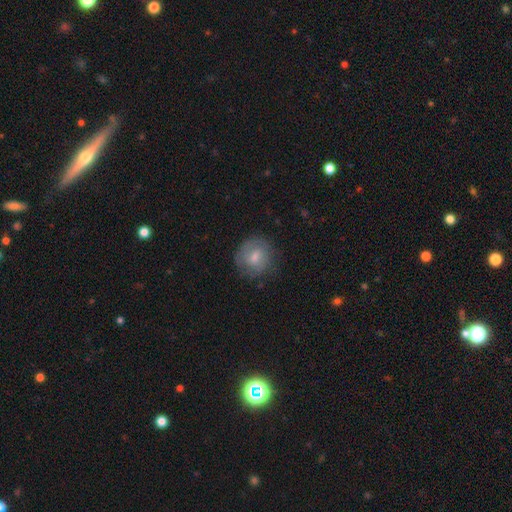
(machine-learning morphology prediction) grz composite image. It shows a smooth galaxy with no disk features (54%) that is round (83%). Merging: none (78%).